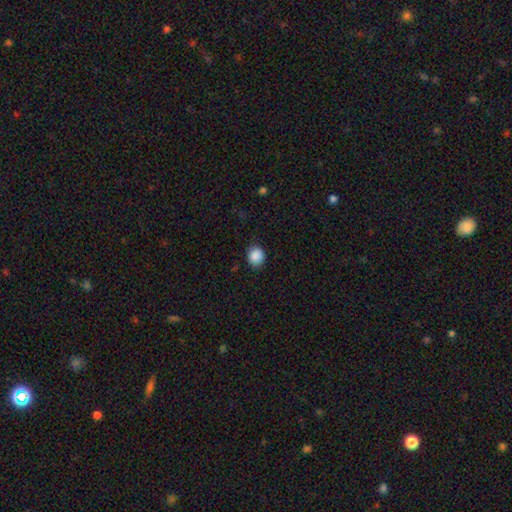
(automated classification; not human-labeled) Smooth or featured? smooth (88%)
How rounded? round (77%)
Merging? none (85%)